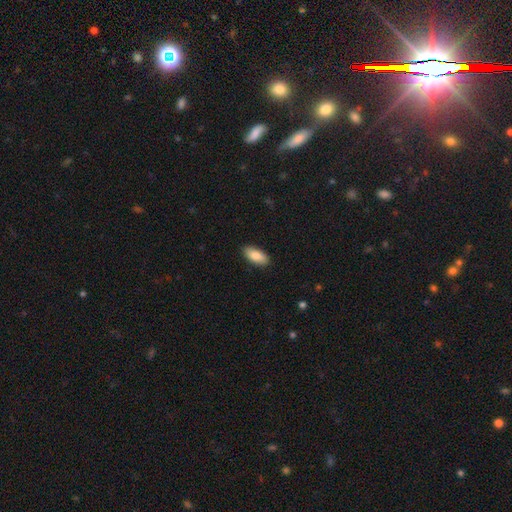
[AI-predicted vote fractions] Smooth or featured: smooth — 86% (featured or disk — 9%)
How rounded: in between — 89% (cigar-shaped — 9%)
Merging: none — 88% (minor disturbance — 9%)